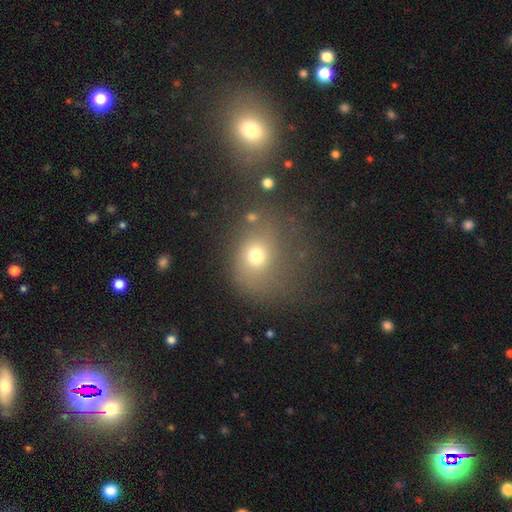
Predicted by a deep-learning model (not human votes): A smooth galaxy with no disk features (69%) that is round (57%).

Vote fractions:
- Smooth or featured? smooth: 69% / star or artifact: 17% / featured or disk: 14%
- How rounded? round: 57% / in between: 42% / cigar-shaped: 2%
- Merging? none: 57% / minor disturbance: 18% / major disturbance: 16% / merger: 9%